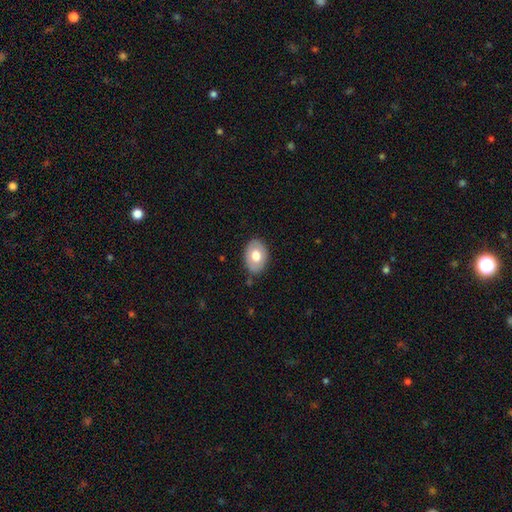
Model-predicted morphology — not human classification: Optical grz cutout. It shows a smooth galaxy with no disk features (69%) that is in between round and cigar-shaped (78%). Merging: none (80%).